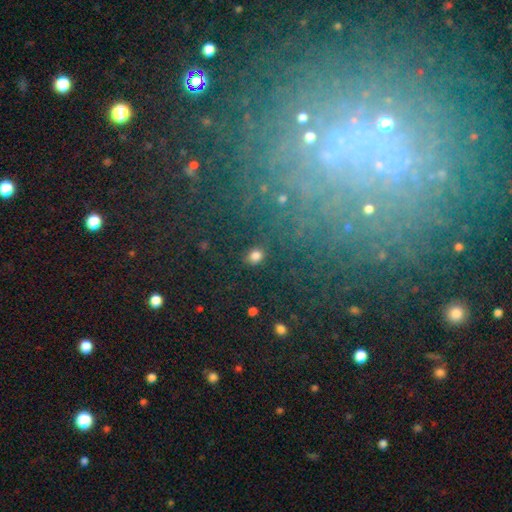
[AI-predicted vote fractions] Smooth or featured? Predicted: smooth (p=0.74). How rounded? Predicted: round (p=0.75). Merging? Predicted: none (p=0.83).